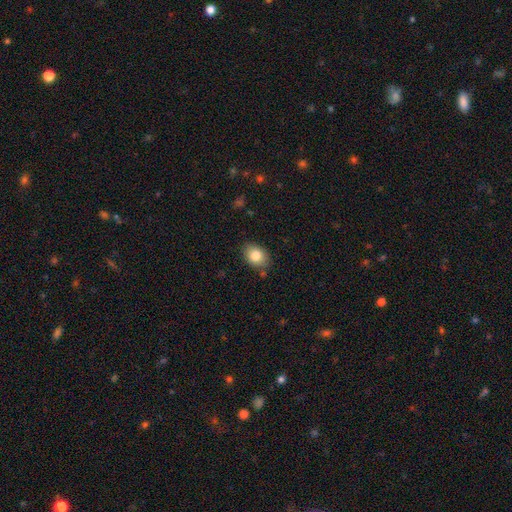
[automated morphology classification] smooth 82%, featured or disk 9%, star or artifact 8%. Down the decision tree: how rounded — in between (69%); merging — none (82%).